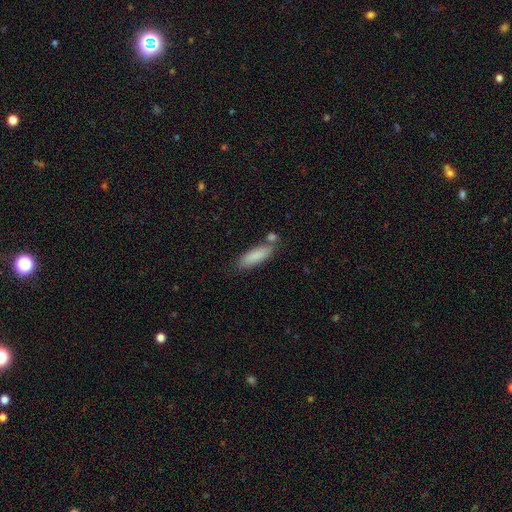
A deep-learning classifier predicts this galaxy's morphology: This appears to be a smooth galaxy with no disk features (86%) that is in between round and cigar-shaped (52%). Merging: none (68%).